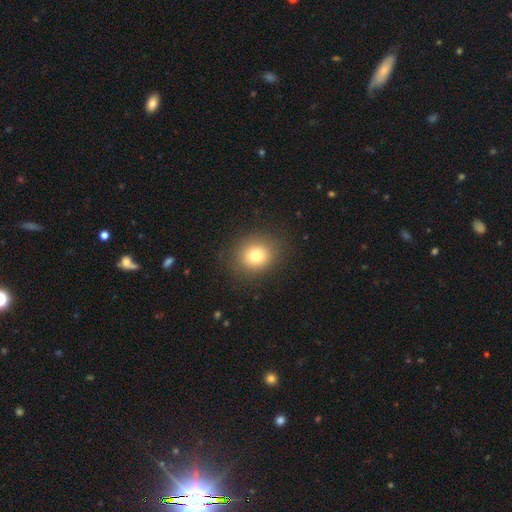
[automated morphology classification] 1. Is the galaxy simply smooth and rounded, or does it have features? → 77% smooth, 12% star or artifact, 10% featured or disk.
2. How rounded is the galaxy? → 76% round, 23% in between, 1% cigar-shaped.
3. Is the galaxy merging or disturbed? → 87% none, 8% minor disturbance, 4% major disturbance, 1% merger.